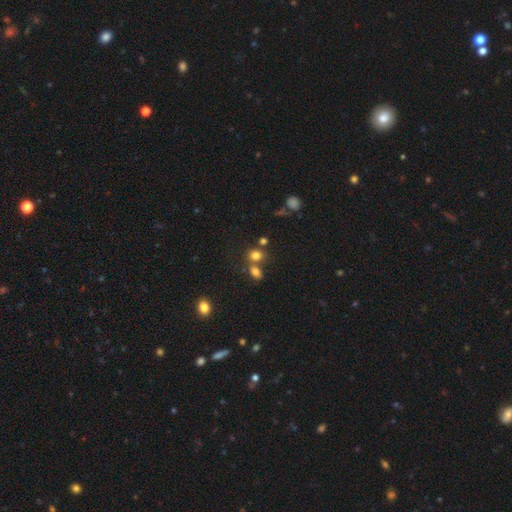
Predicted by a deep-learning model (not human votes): Overall: smooth (77%). How rounded: round (50%; in between 49%). Merging: none (50%; merger 36%).